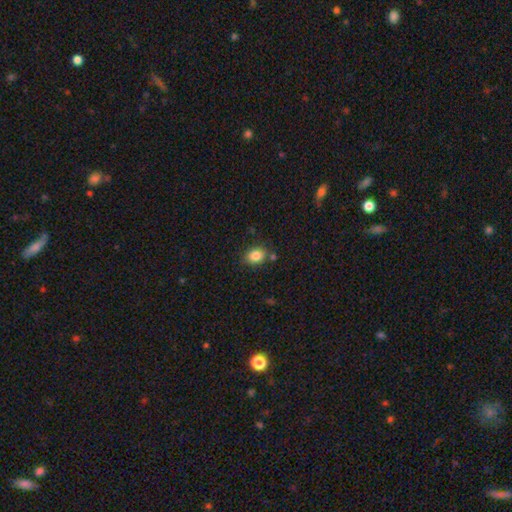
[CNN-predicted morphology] Smooth or featured: smooth — 84% (star or artifact — 10%)
How rounded: in between — 60% (round — 39%)
Merging: none — 77% (minor disturbance — 13%)